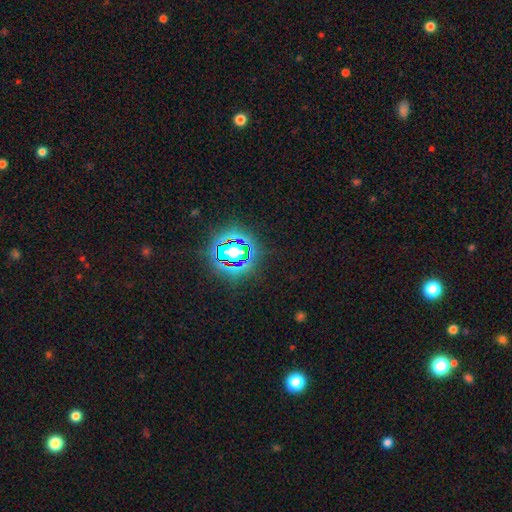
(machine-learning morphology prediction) Q: Smooth or featured?
A: star or artifact (82%); runner-up: smooth (11%)